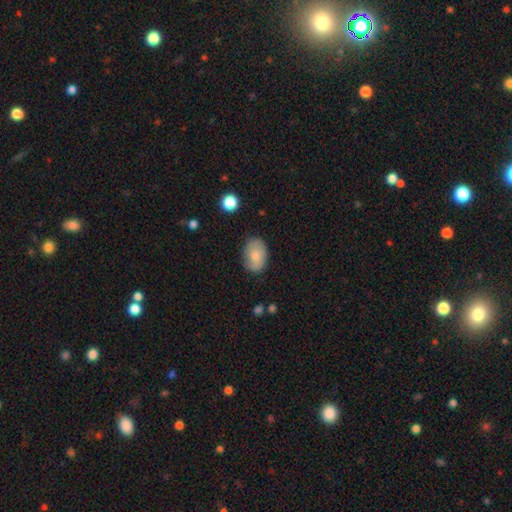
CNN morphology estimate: Smooth or featured? Predicted: smooth (p=0.71). How rounded? Predicted: in between (p=0.77). Merging? Predicted: none (p=0.76).